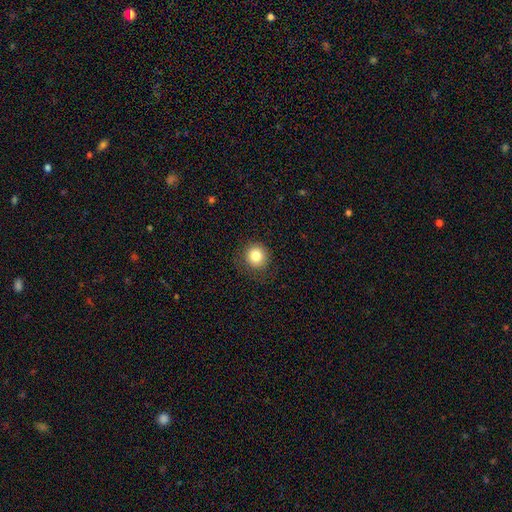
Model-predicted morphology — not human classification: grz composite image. It shows a smooth galaxy with no disk features (83%) that is round (93%). Merging: none (86%).